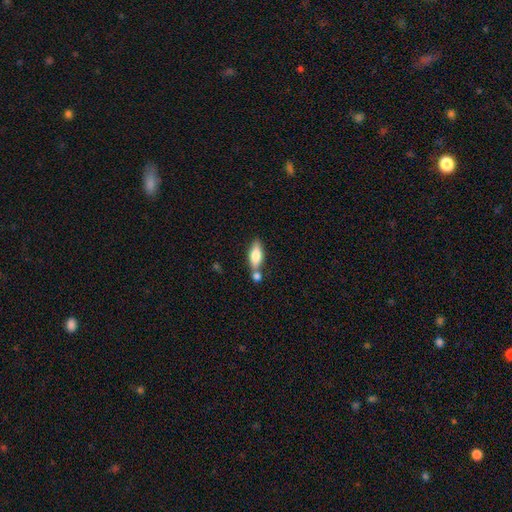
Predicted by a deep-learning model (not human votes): Smooth or featured: smooth — 70% (featured or disk — 23%)
How rounded: in between — 70% (cigar-shaped — 27%)
Merging: none — 52% (merger — 31%)